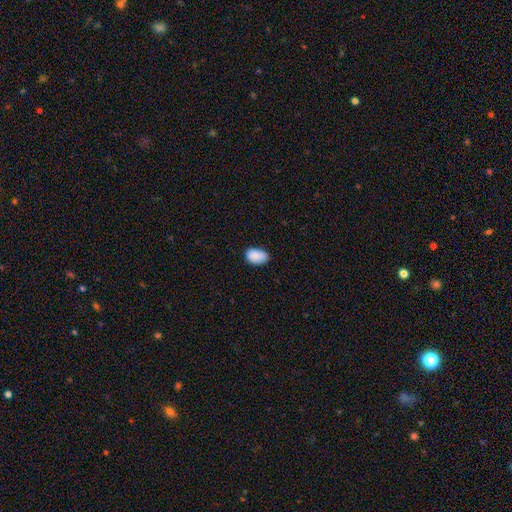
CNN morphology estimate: This appears to be a smooth galaxy with no disk features (89%) that is in between round and cigar-shaped (91%). Merging: none (76%).